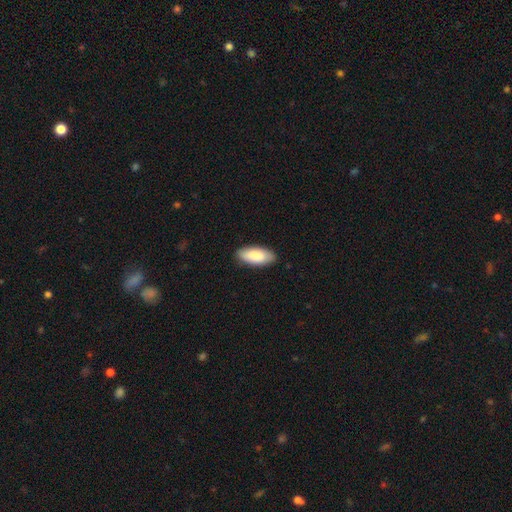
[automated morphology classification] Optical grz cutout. It shows a smooth galaxy with no disk features (86%) that is in between round and cigar-shaped (87%). Merging: none (87%).